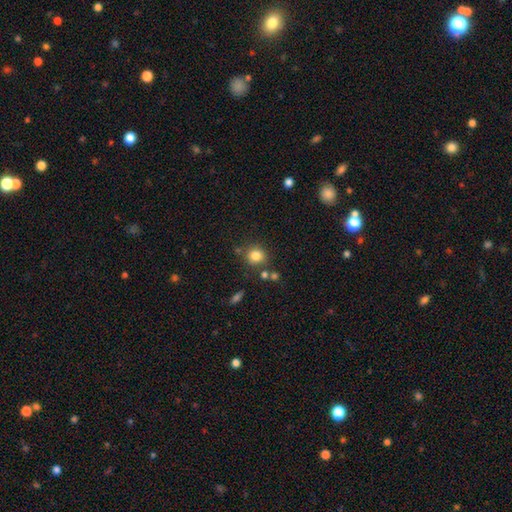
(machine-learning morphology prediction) This appears to be a smooth galaxy with no disk features (81%) that is round (85%). Merging: none (76%).